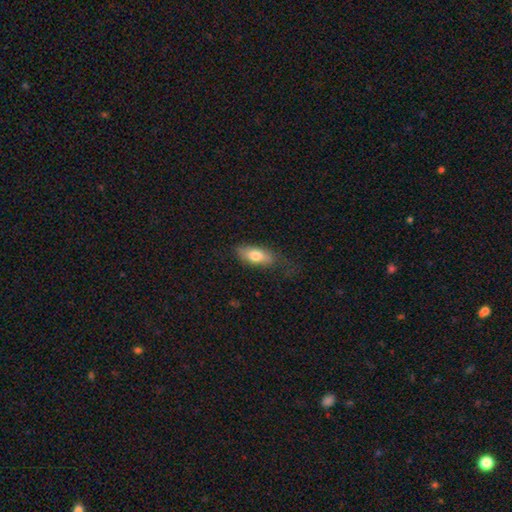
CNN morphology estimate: This appears to be a smooth galaxy with no disk features (75%) that is in between round and cigar-shaped (80%). Merging: none (68%).